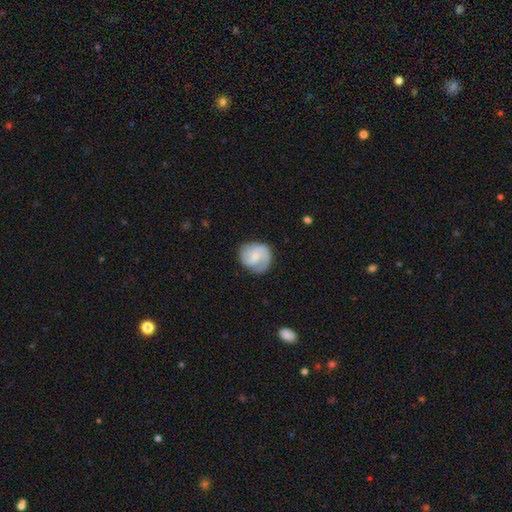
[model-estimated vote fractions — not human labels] A featured or disk galaxy (60%) with no bar (52%), 2 (58%) medium (46%) spiral arms (89%) and a small central bulge (62%).

Vote fractions:
- Smooth or featured? featured or disk: 60% / smooth: 34% / star or artifact: 6%
- Edge-on disk? no: 98% / yes: 2%
- Bar? no: 52% / weak: 41% / strong: 8%
- Spiral arms? yes: 89% / no: 11%
- Spiral winding? medium: 46% / tight: 30% / loose: 24%
- Spiral arm count? 2: 58% / can't tell: 16% / 3: 14% / 1: 8% / 4: 2% / more than 4: 2%
- Bulge size? small: 62% / moderate: 27% / none: 9% / large: 2% / dominant: 1%
- Merging? none: 70% / minor disturbance: 20% / major disturbance: 8% / merger: 1%